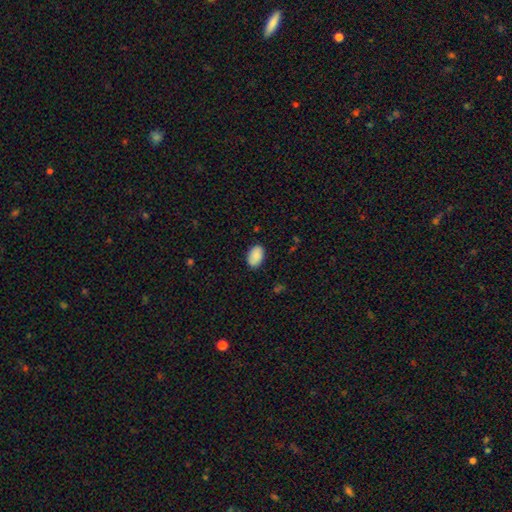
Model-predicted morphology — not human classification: Smooth or featured? Predicted: smooth (p=0.88). How rounded? Predicted: in between (p=0.91). Merging? Predicted: none (p=0.85).